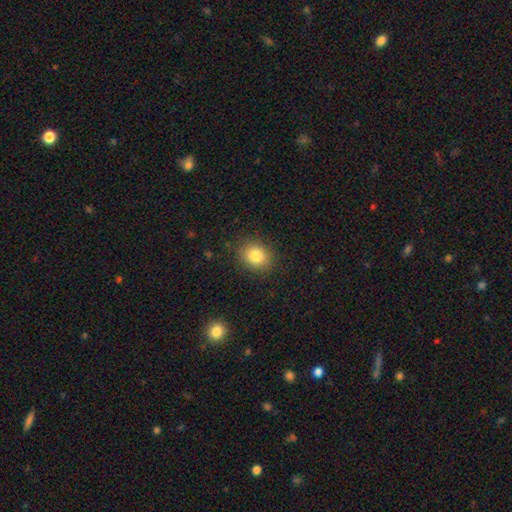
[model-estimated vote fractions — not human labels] smooth_or_featured: smooth (p=0.83) [alt: star or artifact p=0.10]
how_rounded: round (p=0.64) [alt: in between p=0.35]
merging: none (p=0.87) [alt: minor disturbance p=0.09]